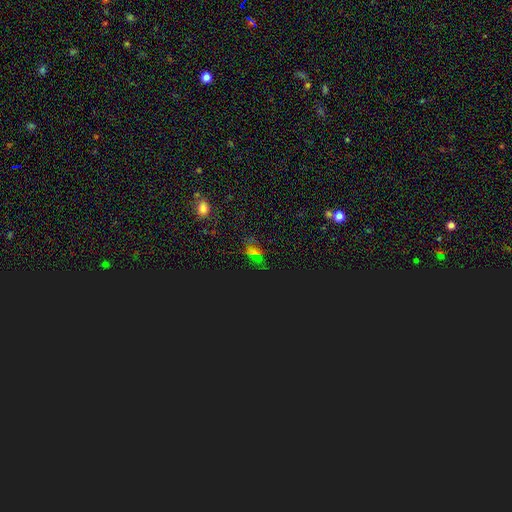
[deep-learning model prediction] Smooth or featured? star or artifact (64%)